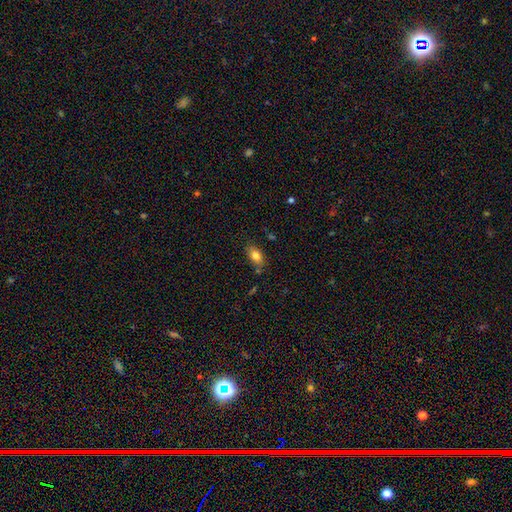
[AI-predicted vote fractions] A smooth galaxy with no disk features (82%) that is in between round and cigar-shaped (88%). Merging: none (78%).